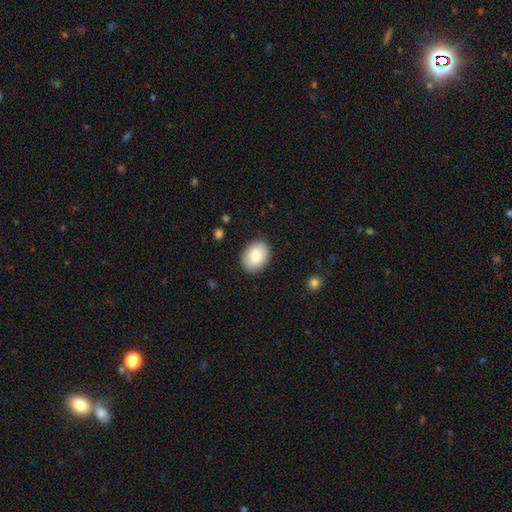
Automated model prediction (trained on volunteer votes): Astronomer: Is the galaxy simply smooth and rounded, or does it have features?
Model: smooth — 81%.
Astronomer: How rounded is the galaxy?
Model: in between — 68%.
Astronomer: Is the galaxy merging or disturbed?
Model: none — 87%.